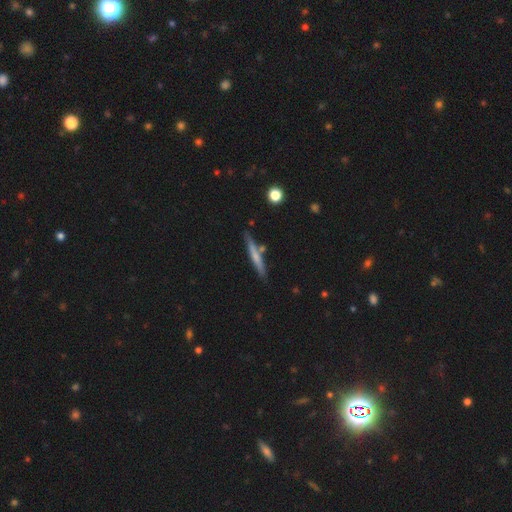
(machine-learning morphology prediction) smooth-or-featured: smooth: 55% | featured or disk: 39% | star or artifact: 6%
  how-rounded: cigar-shaped: 94% | in between: 4% | round: 2%
  merging: none: 77% | minor disturbance: 12% | merger: 8% | major disturbance: 2%